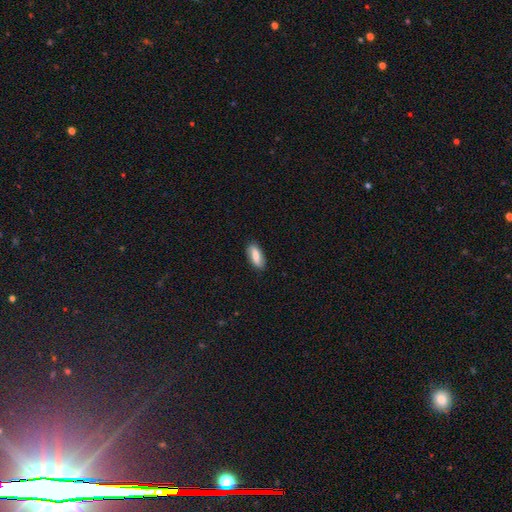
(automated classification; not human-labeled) Smooth or featured: smooth — 72% (featured or disk — 21%)
How rounded: in between — 78% (cigar-shaped — 19%)
Merging: none — 84% (minor disturbance — 12%)